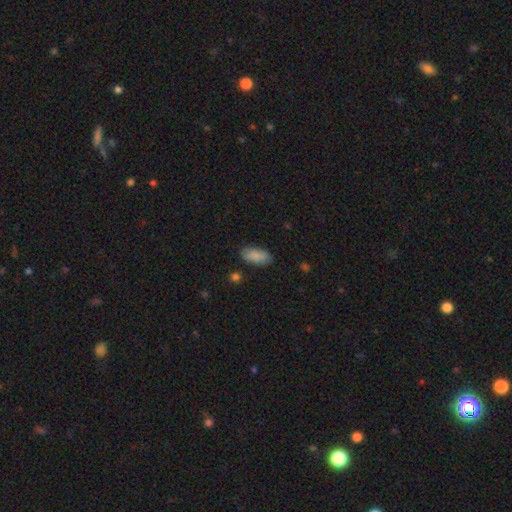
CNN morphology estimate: This is clearly a smooth galaxy (86%). How rounded: clearly in between (87%). Merging: likely none (79%).